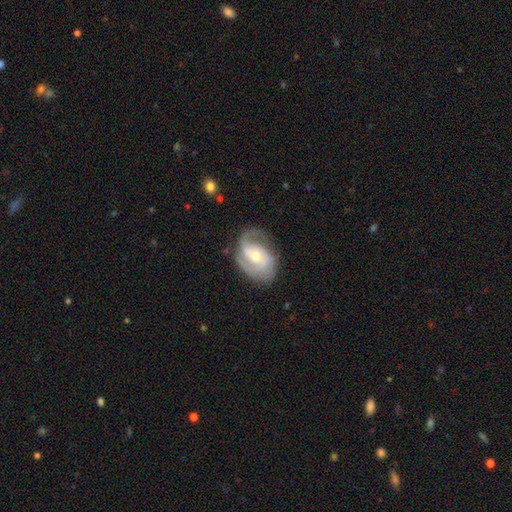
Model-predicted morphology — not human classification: Smooth or featured? Predicted: featured or disk (p=0.84). Edge-on disk? Predicted: no (p=0.97). Bar? Predicted: no (p=0.46). Spiral arms? Predicted: yes (p=0.95). Spiral winding? Predicted: medium (p=0.47). Spiral arm count? Predicted: 2 (p=0.56). Bulge size? Predicted: moderate (p=0.58). Merging? Predicted: none (p=0.62).